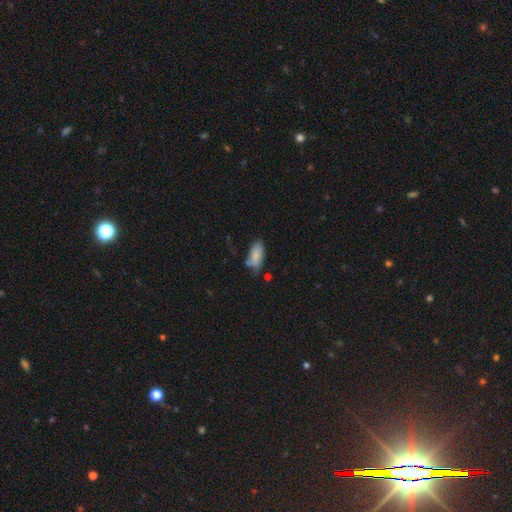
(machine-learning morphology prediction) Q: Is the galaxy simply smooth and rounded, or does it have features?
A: smooth — 81%.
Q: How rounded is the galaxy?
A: in between — 89%.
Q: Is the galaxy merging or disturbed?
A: none — 53%.